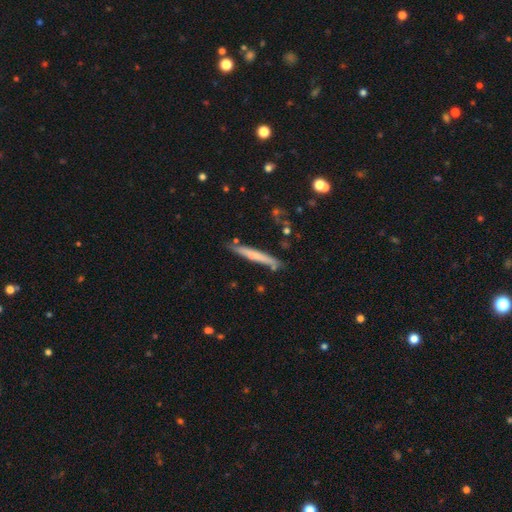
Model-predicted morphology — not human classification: type=smooth (58%); roundness=cigar-shaped (96%); merging=none (81%).